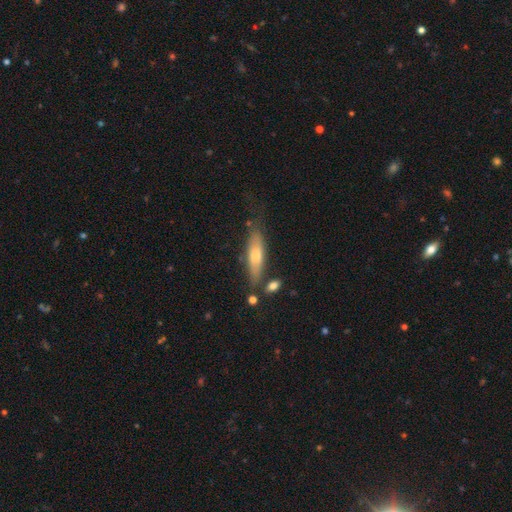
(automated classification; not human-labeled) smooth_or_featured: smooth (p=0.59) [alt: featured or disk p=0.34]
how_rounded: cigar-shaped (p=0.65) [alt: in between p=0.33]
merging: none (p=0.68) [alt: minor disturbance p=0.20]